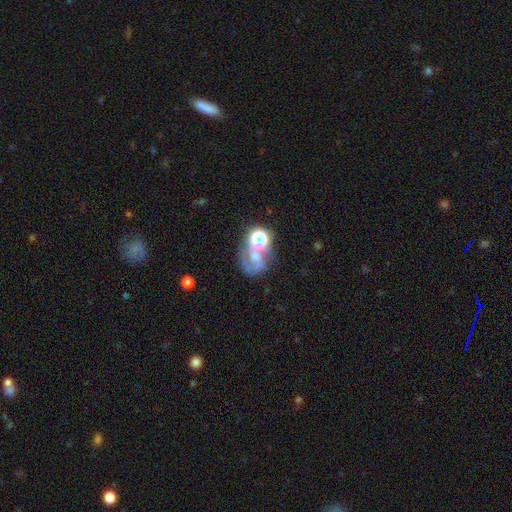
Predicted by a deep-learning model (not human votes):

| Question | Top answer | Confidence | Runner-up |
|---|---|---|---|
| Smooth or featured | featured or disk | 40% | smooth (38%) |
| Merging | none | 31% | merger (30%) |